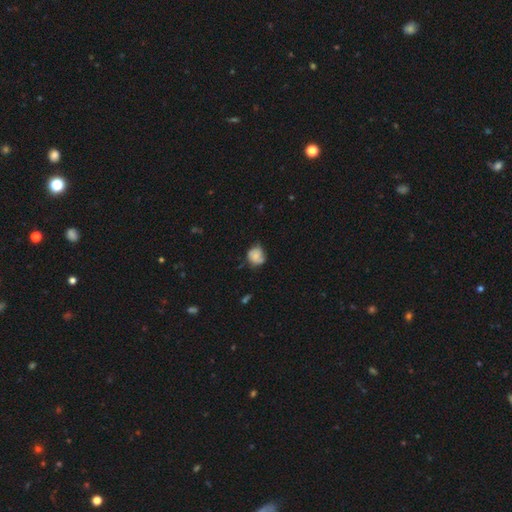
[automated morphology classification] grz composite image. It shows a smooth galaxy with no disk features (57%) that is round (71%). Merging: none (54%).